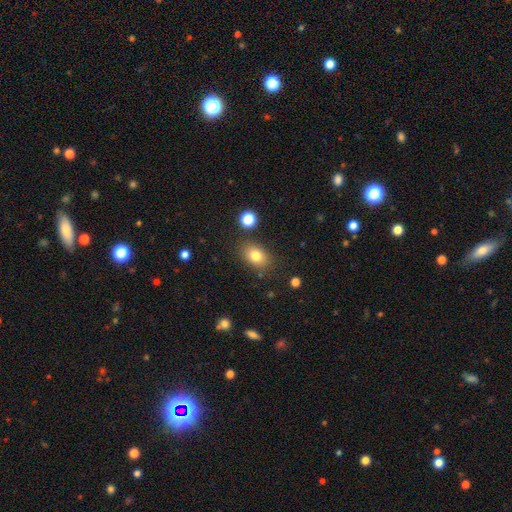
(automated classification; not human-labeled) smooth 80%, star or artifact 10%, featured or disk 10%. Down the decision tree: how rounded — in between (78%); merging — none (82%).